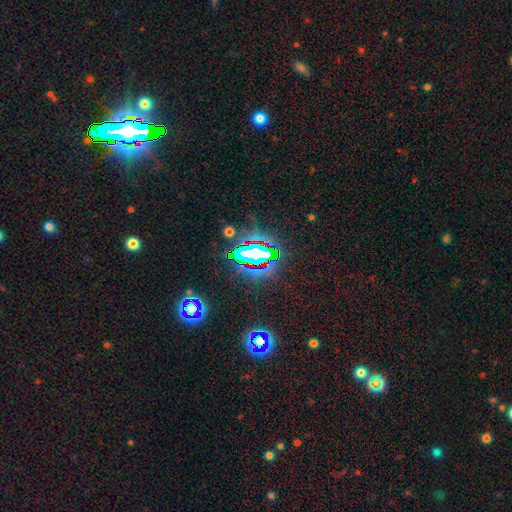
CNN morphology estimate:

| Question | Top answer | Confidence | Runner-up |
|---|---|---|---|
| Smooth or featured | star or artifact | 74% | smooth (14%) |